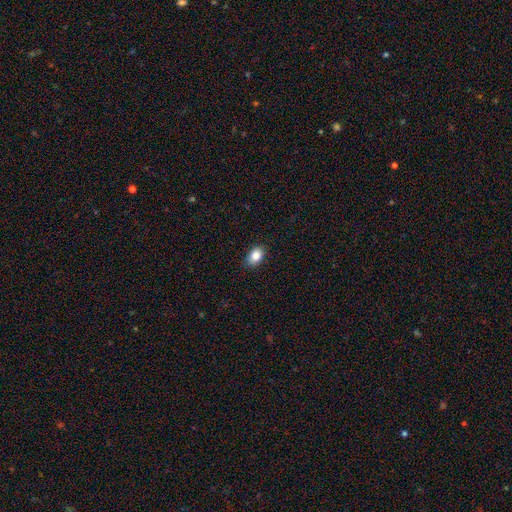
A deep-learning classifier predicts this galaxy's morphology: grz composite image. It shows a smooth galaxy with no disk features (85%) that is in between round and cigar-shaped (85%). Merging: none (87%).